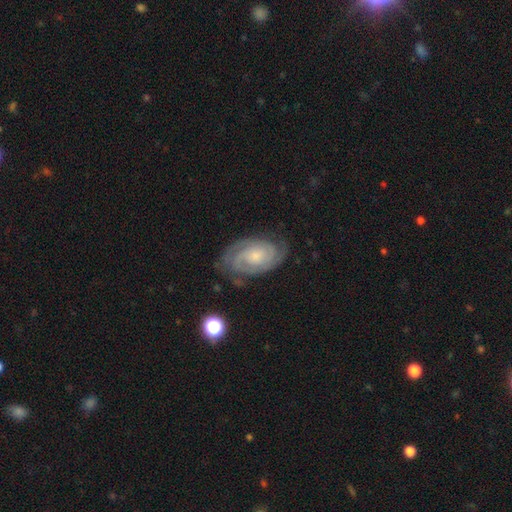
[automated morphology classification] featured or disk 86%, smooth 9%, star or artifact 6%. Down the decision tree: edge-on disk — no (97%); bar — no (69%); spiral arms — yes (97%); spiral arm count — 2 (64%); spiral winding — tight (68%); bulge size — small (61%); merging — none (75%).